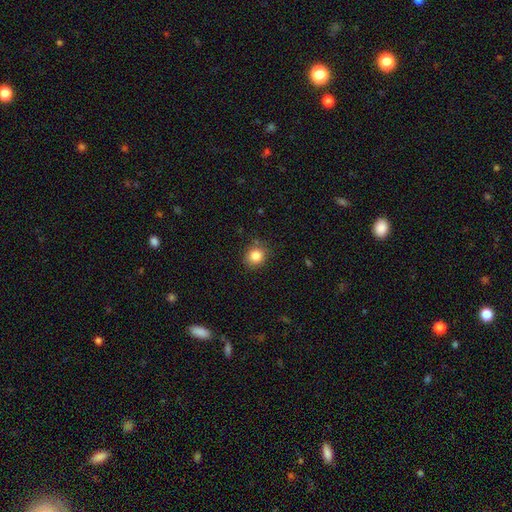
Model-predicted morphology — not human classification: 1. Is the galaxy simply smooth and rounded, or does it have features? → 84% smooth, 10% star or artifact, 6% featured or disk.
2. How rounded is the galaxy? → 77% round, 22% in between, 1% cigar-shaped.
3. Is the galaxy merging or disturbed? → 85% none, 11% minor disturbance, 3% major disturbance, 2% merger.